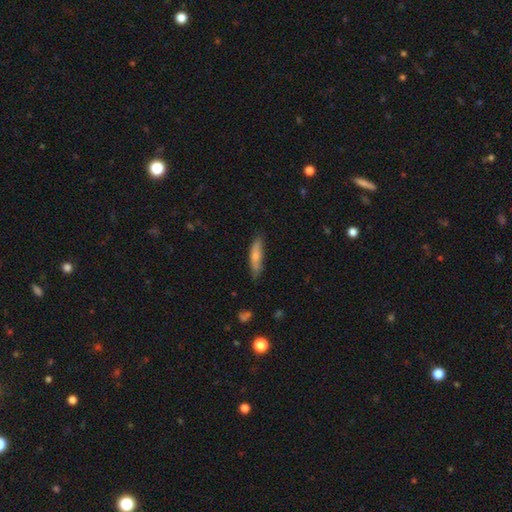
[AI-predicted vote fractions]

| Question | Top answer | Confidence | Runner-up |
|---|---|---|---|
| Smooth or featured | smooth | 73% | featured or disk (21%) |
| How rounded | cigar-shaped | 68% | in between (30%) |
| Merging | none | 71% | minor disturbance (22%) |